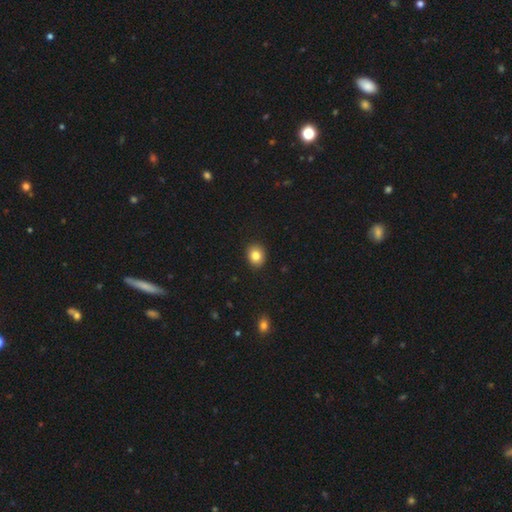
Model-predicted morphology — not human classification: This appears to be a smooth galaxy with no disk features (84%) that is round (67%). Merging: none (90%).